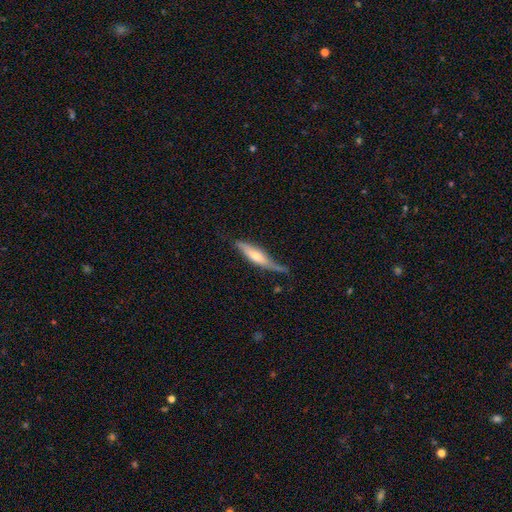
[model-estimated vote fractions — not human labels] A featured or disk galaxy (57%) viewed edge-on (87%).

Vote fractions:
- Smooth or featured? featured or disk: 57% / smooth: 36% / star or artifact: 6%
- Edge-on disk? yes: 87% / no: 13%
- Merging? none: 55% / minor disturbance: 32% / major disturbance: 10% / merger: 3%